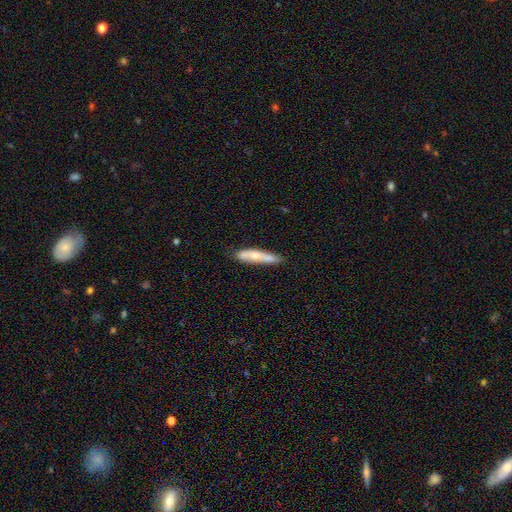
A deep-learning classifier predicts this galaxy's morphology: smooth-or-featured: smooth: 57% | featured or disk: 38% | star or artifact: 6%
  how-rounded: cigar-shaped: 87% | in between: 11% | round: 2%
  merging: none: 76% | minor disturbance: 18% | major disturbance: 3% | merger: 3%